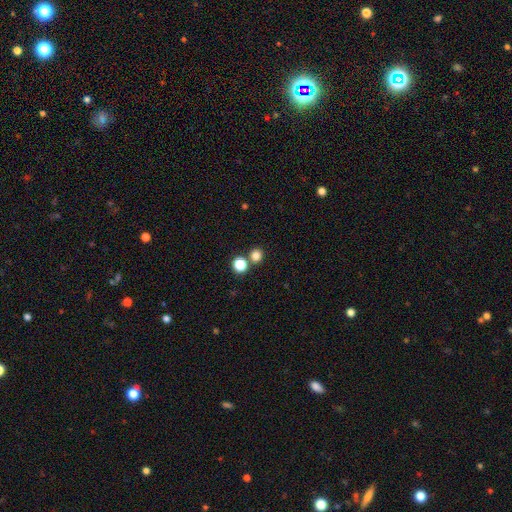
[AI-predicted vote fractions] Q: Smooth or featured?
A: smooth (80%); runner-up: star or artifact (15%)
Q: How rounded?
A: round (89%); runner-up: in between (10%)
Q: Merging?
A: none (71%); runner-up: merger (20%)